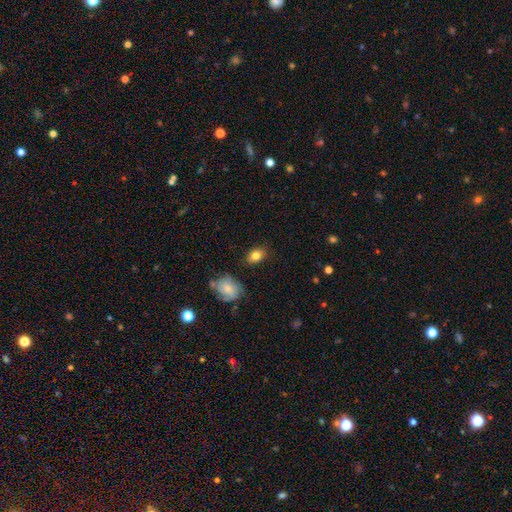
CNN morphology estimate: This is clearly a smooth galaxy (82%). How rounded: likely in between (72%). Merging: clearly none (82%).